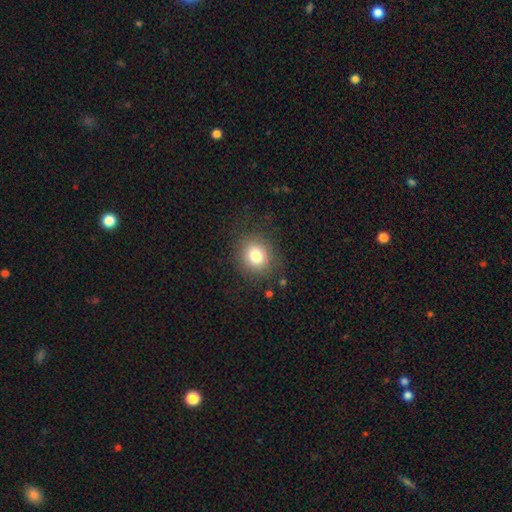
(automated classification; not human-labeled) This appears to be a smooth galaxy with no disk features (79%) that is round (79%). Merging: none (83%).